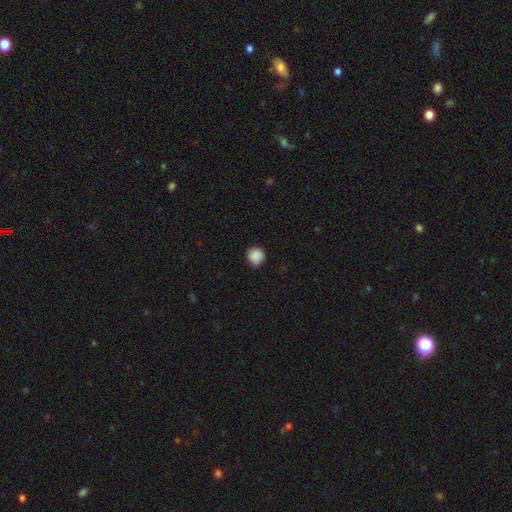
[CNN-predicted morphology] Smooth or featured?
  - smooth: 88% *
  - star or artifact: 9%
  - featured or disk: 3%
How rounded?
  - round: 90% *
  - in between: 9%
  - cigar-shaped: 1%
Merging?
  - none: 81% *
  - minor disturbance: 15%
  - major disturbance: 3%
  - merger: 1%